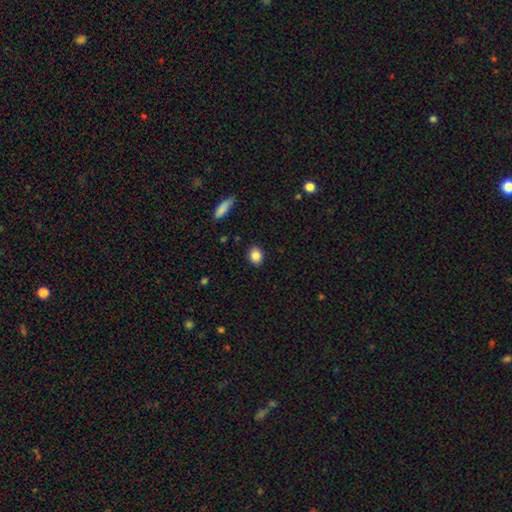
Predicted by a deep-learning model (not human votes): This is clearly a smooth galaxy (86%). How rounded: possibly in between (55%). Merging: clearly none (89%).